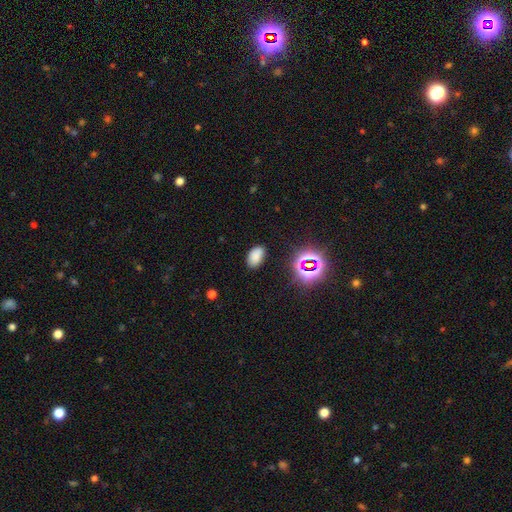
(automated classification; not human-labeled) A smooth galaxy with no disk features (76%) that is in between round and cigar-shaped (92%). Merging: none (83%).